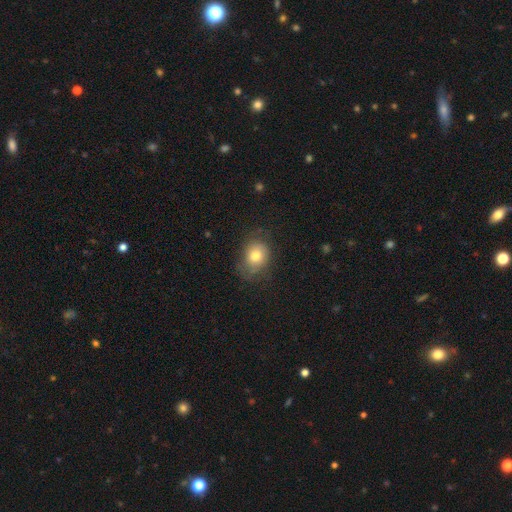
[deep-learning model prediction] The model was most divided on "how rounded": in between: 52%, round: 47%, cigar-shaped: 1%. More confident: smooth or featured — smooth (74%); merging — none (66%).